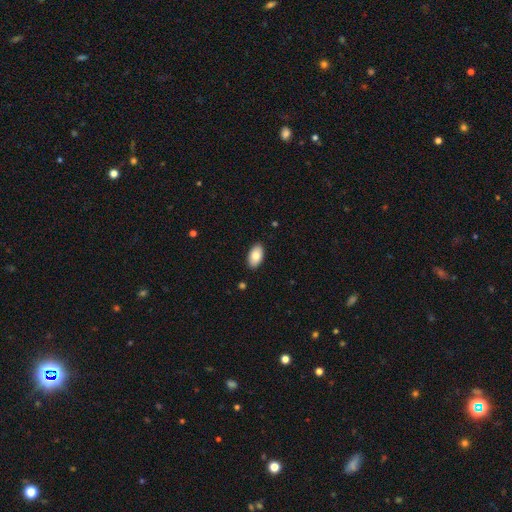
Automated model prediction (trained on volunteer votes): Morphology: type=smooth (83%); roundness=in between (95%); merging=none (89%).